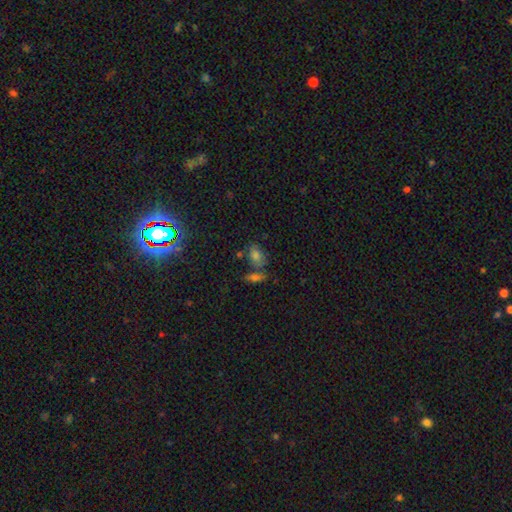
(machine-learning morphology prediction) smooth-or-featured: smooth: 60% | star or artifact: 27% | featured or disk: 14%
  how-rounded: in between: 79% | round: 17% | cigar-shaped: 4%
  merging: none: 60% | merger: 23% | minor disturbance: 12% | major disturbance: 5%